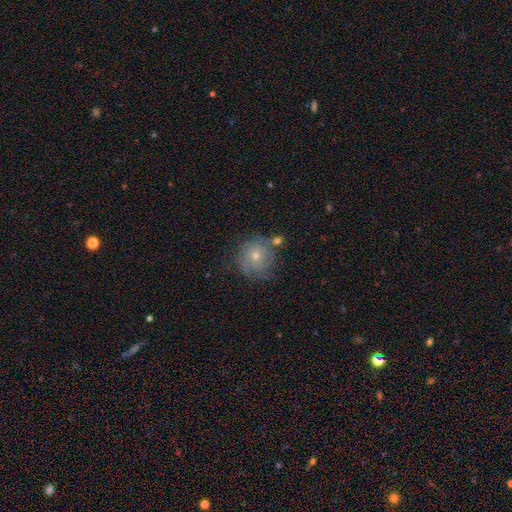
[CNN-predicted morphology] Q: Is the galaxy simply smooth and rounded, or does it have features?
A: featured or disk — 47%.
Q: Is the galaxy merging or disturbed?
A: none — 72%.